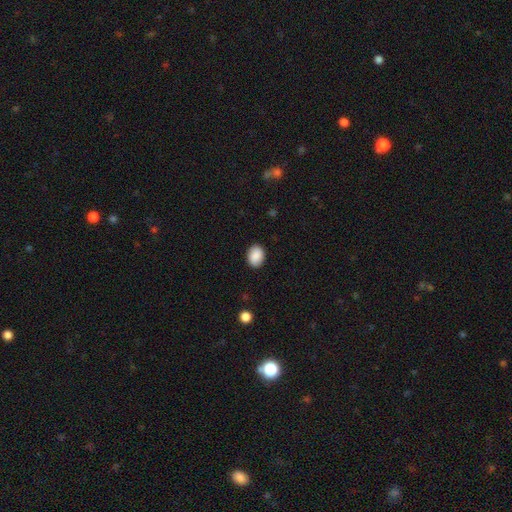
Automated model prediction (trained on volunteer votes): Morphology: type=smooth (89%); roundness=in between (64%); merging=none (89%).